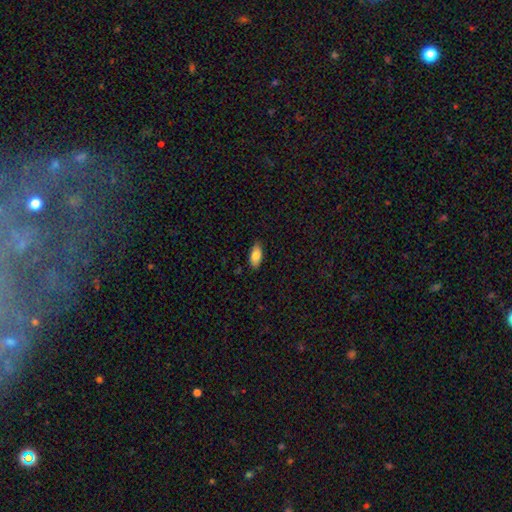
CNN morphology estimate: This appears to be a smooth galaxy with no disk features (82%) that is in between round and cigar-shaped (88%). Merging: none (87%).